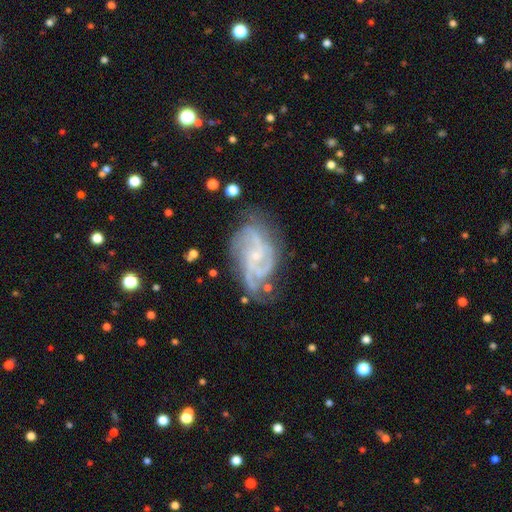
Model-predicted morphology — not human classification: This appears to be a featured or disk galaxy (85%) with no bar (56%), 3 (32%) medium (44%) spiral arms (96%) and a small central bulge (73%). Merging: none (62%).